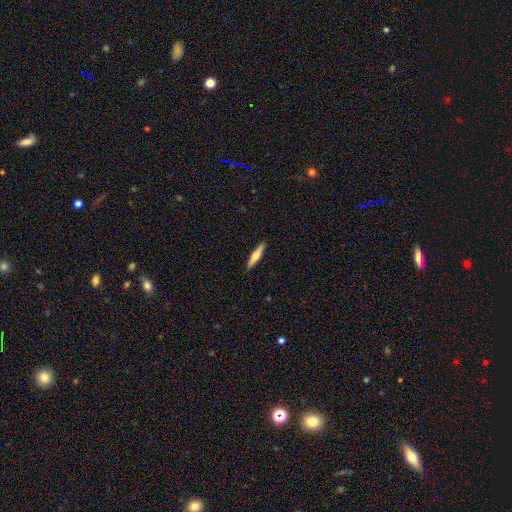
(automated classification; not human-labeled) This appears to be a smooth galaxy with no disk features (50%) that is cigar-shaped (84%). Merging: none (90%).